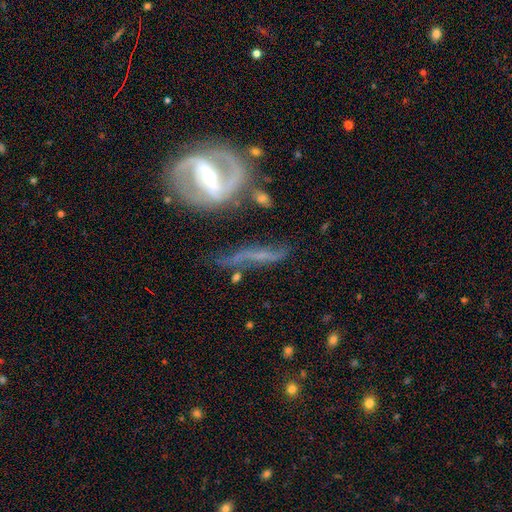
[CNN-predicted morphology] This is likely a featured or disk galaxy (78%). It is likely not viewed edge-on (79%). Bar: possibly strong (53%). Spiral arm pattern: clearly yes (85%). Spiral arm count: clearly 2 (85%). Spiral winding: possibly loose (48%). Central bulge: likely small (60%). Merging: possibly none (48%).